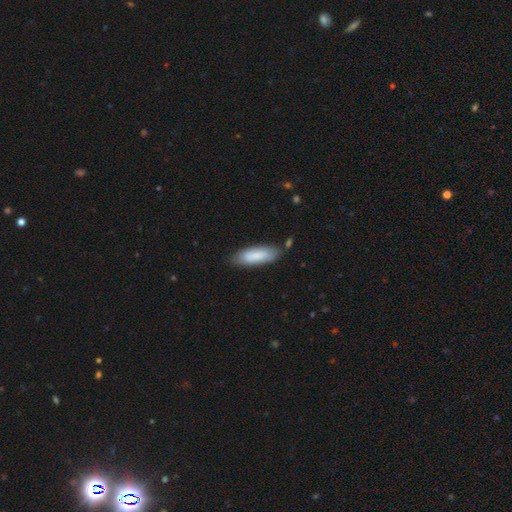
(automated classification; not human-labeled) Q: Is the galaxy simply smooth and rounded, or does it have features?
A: smooth — 83%.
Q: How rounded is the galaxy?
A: in between — 57%.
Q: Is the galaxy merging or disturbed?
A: none — 78%.